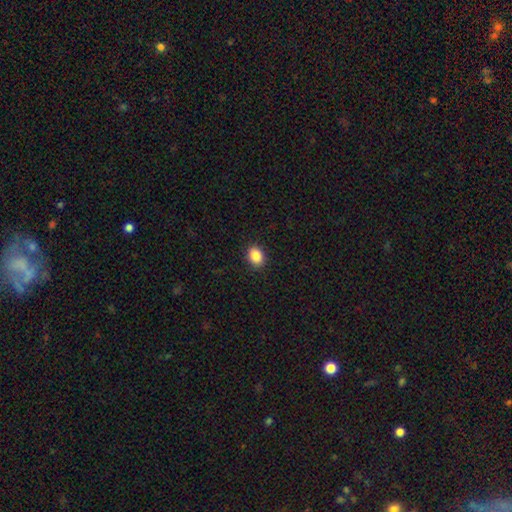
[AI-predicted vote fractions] Smooth or featured? smooth (87%)
How rounded? in between (62%)
Merging? none (89%)